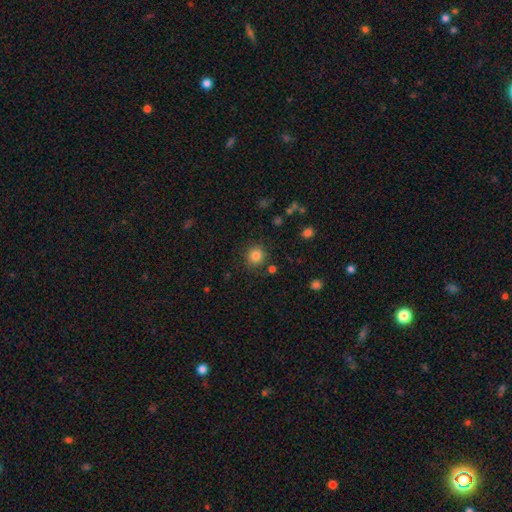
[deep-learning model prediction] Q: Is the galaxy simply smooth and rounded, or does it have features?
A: smooth — 83%.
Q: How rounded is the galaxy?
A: round — 91%.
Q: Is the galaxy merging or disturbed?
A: none — 85%.